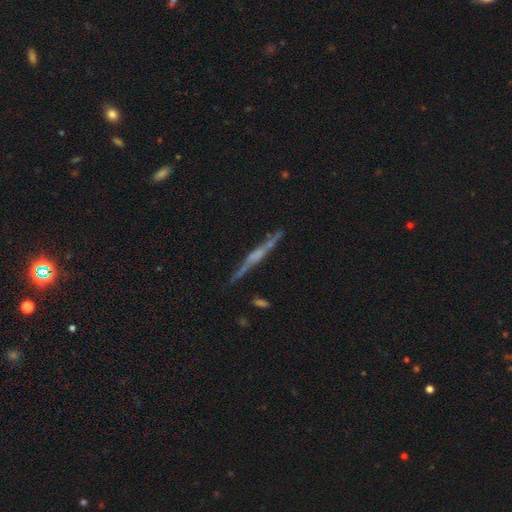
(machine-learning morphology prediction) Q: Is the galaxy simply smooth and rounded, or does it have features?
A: featured or disk — 69%.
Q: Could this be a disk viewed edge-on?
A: yes — 95%.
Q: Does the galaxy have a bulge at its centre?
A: none — 44%.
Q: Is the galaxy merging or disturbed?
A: none — 79%.